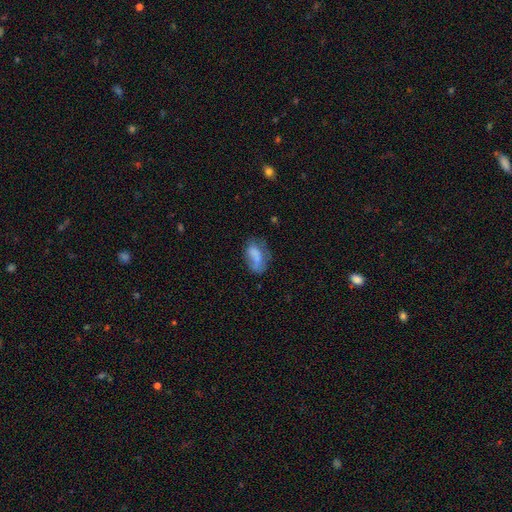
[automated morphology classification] smooth_or_featured: smooth (p=0.68) [alt: featured or disk p=0.22]
how_rounded: in between (p=0.88) [alt: round p=0.06]
merging: none (p=0.39) [alt: minor disturbance p=0.30]